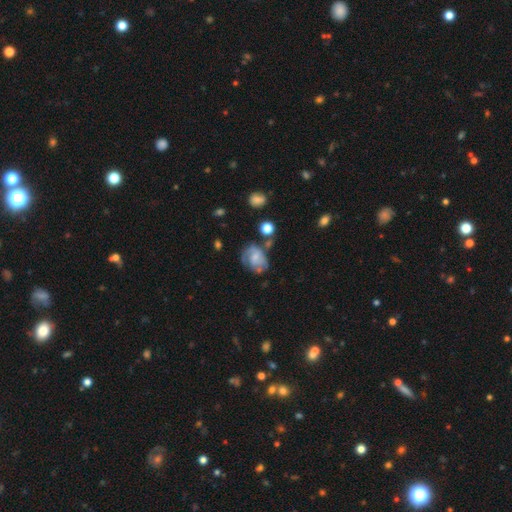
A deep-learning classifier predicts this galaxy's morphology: type=featured or disk (60%); edge-on=no (97%); bar=no (69%); spiral arms=yes (77%); bulge=small (54%); merging=none (49%).